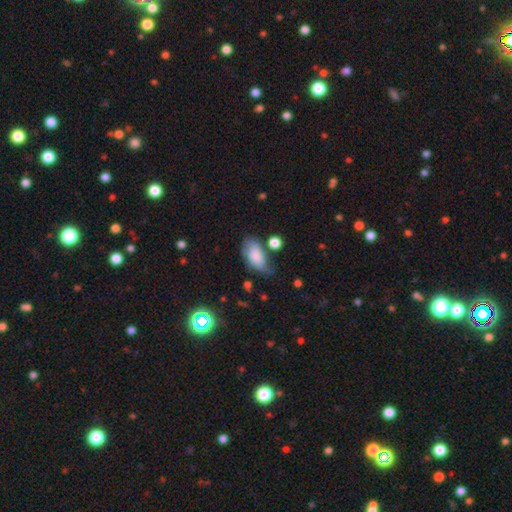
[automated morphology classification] smooth-or-featured: smooth: 70% | featured or disk: 22% | star or artifact: 8%
  how-rounded: in between: 91% | round: 5% | cigar-shaped: 4%
  merging: none: 43% | minor disturbance: 33% | major disturbance: 16% | merger: 7%